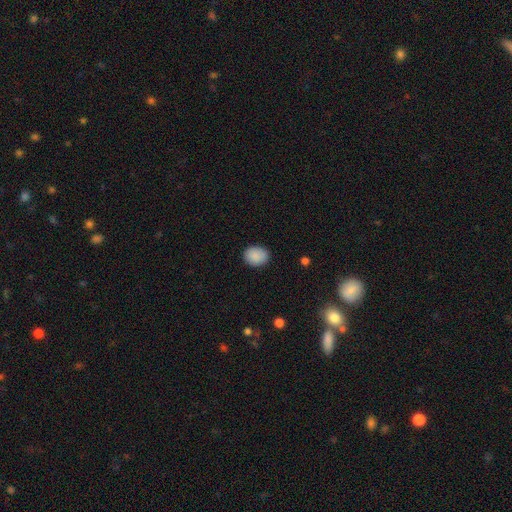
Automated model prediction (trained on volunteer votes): Smooth or featured: smooth — 89% (star or artifact — 8%)
How rounded: round — 52% (in between — 47%)
Merging: none — 87% (minor disturbance — 10%)